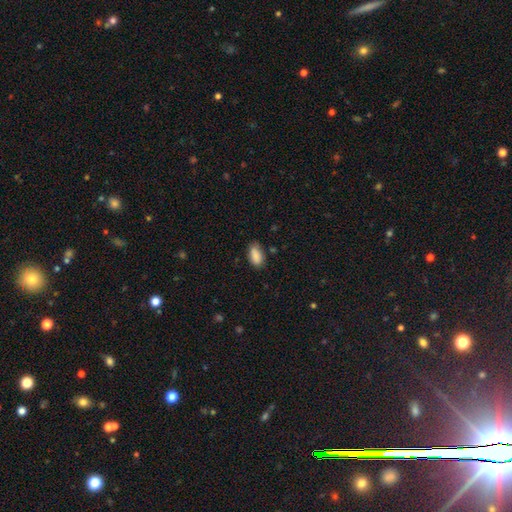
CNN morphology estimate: This is clearly a smooth galaxy (88%). How rounded: clearly in between (91%). Merging: likely none (75%).